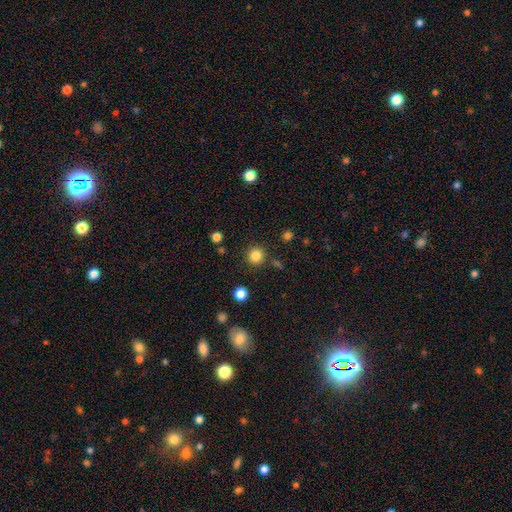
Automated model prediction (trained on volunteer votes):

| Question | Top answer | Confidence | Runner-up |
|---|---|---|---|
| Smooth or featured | smooth | 83% | star or artifact (12%) |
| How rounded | round | 94% | in between (5%) |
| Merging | none | 87% | minor disturbance (7%) |